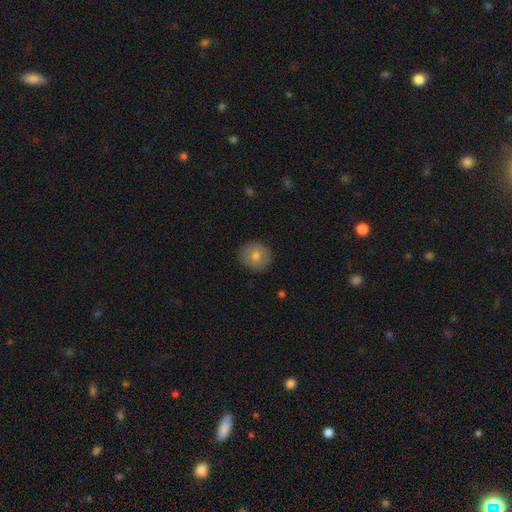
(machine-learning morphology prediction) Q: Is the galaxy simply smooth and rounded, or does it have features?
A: smooth — 75%.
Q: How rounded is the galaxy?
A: round — 87%.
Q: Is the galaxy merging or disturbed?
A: none — 89%.